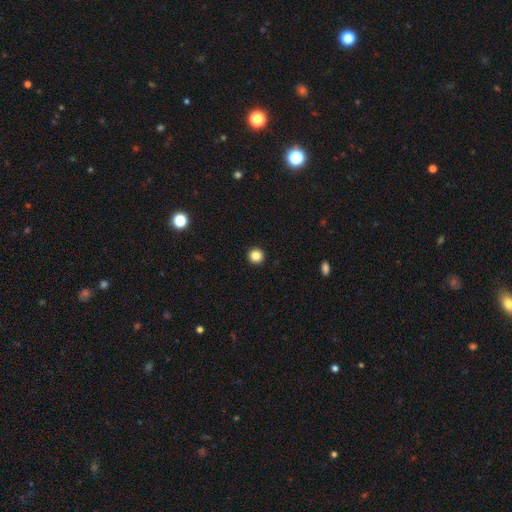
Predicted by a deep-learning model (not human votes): This appears to be a smooth galaxy with no disk features (85%) that is round (96%). Merging: none (94%).